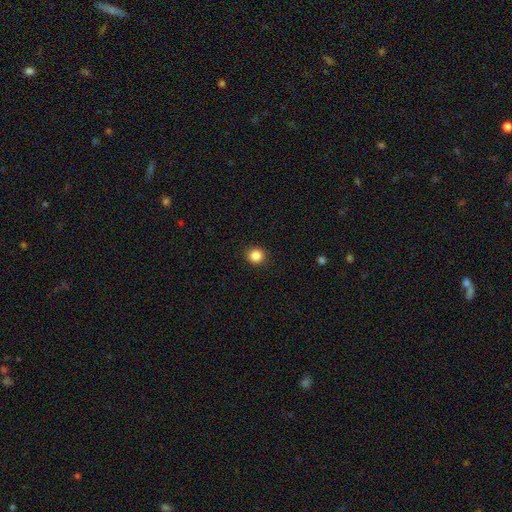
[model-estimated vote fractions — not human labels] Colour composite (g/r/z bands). It shows a smooth galaxy with no disk features (86%) that is round (91%). Merging: none (92%).